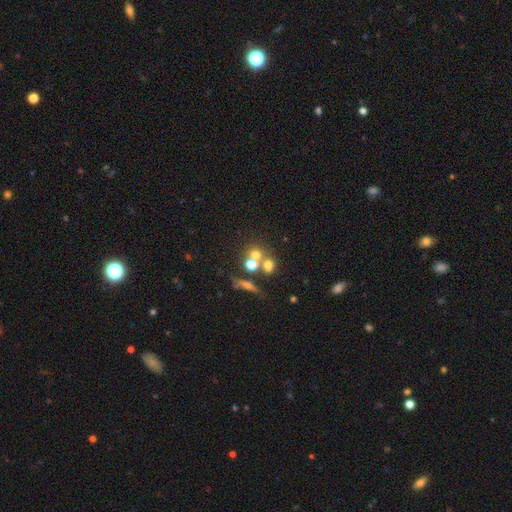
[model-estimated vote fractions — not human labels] The model was most divided on "merging": merger: 44%, none: 42%, minor disturbance: 8%, major disturbance: 6%. More confident: how rounded — round (77%); smooth or featured — smooth (60%).